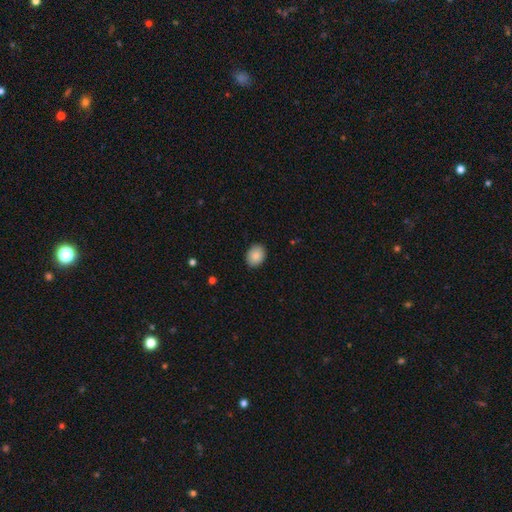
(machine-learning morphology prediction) A smooth galaxy with no disk features (89%) that is in between round and cigar-shaped (63%). Merging: none (89%).